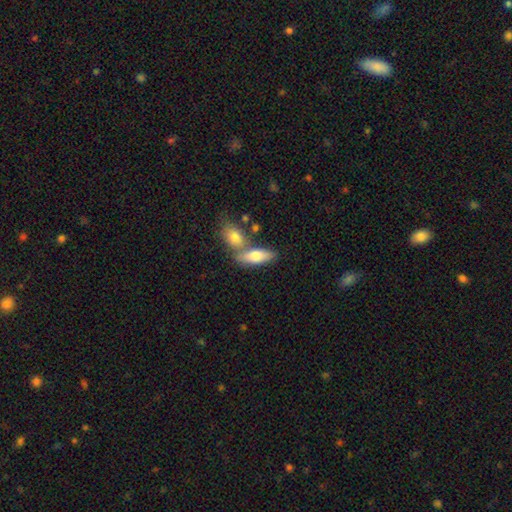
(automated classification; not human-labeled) Smooth or featured? Predicted: smooth (p=0.72). How rounded? Predicted: in between (p=0.70). Merging? Predicted: none (p=0.48).